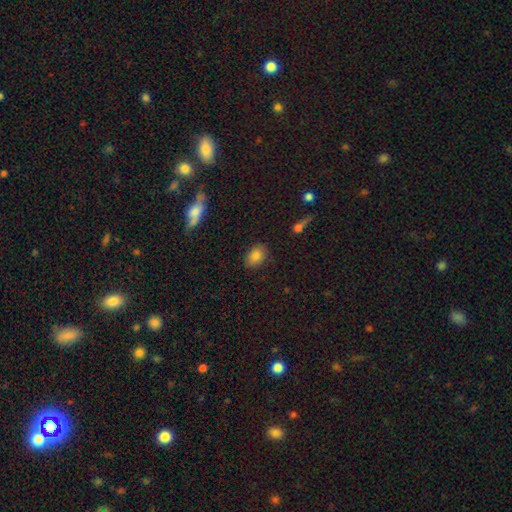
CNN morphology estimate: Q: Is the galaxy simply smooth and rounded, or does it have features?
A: smooth — 83%.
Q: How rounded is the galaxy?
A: in between — 76%.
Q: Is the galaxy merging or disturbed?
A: none — 84%.